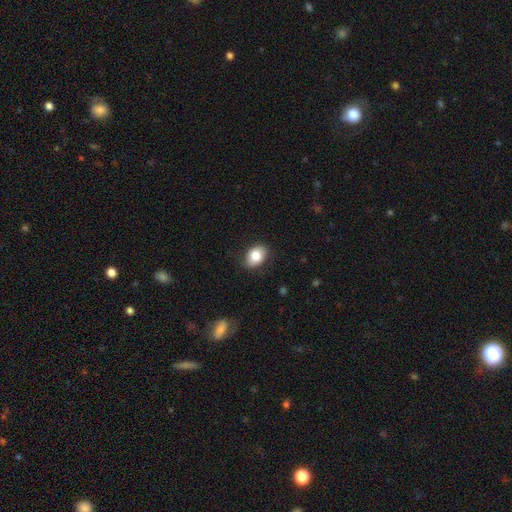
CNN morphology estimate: Smooth or featured?
  - smooth: 83% *
  - featured or disk: 9%
  - star or artifact: 8%
How rounded?
  - in between: 79% *
  - round: 20%
  - cigar-shaped: 1%
Merging?
  - none: 84% *
  - minor disturbance: 12%
  - major disturbance: 3%
  - merger: 1%